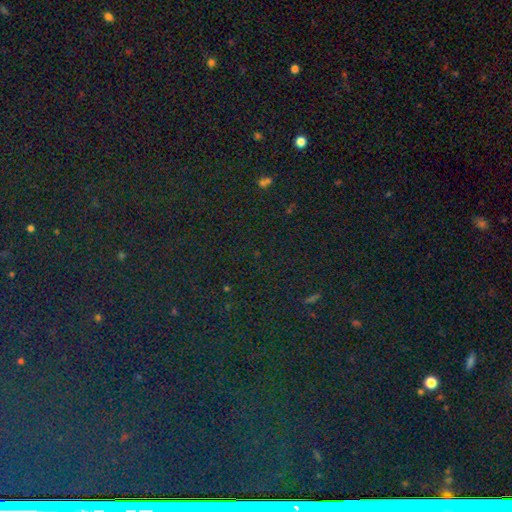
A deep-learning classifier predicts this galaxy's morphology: Overall: star or artifact (81%).